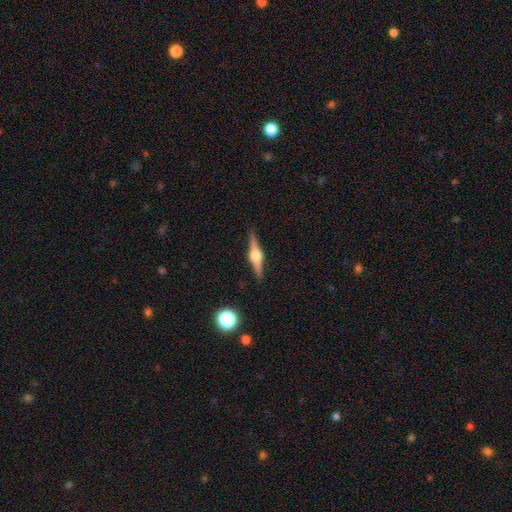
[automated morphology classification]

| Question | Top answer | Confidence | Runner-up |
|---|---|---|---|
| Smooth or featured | featured or disk | 83% | smooth (11%) |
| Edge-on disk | yes | 98% | no (2%) |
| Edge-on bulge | rounded | 93% | boxy (6%) |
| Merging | none | 91% | minor disturbance (7%) |